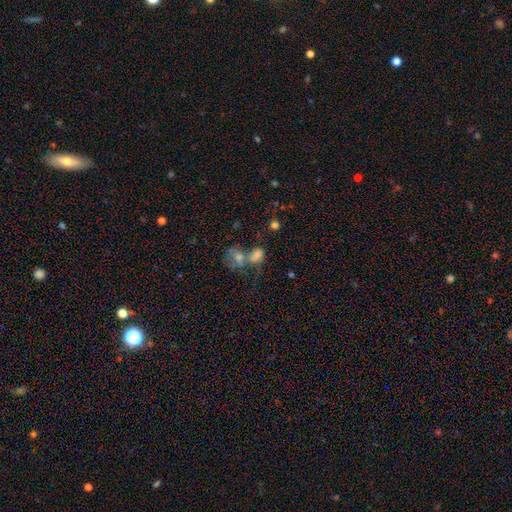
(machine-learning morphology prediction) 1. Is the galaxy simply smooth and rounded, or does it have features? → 69% smooth, 16% featured or disk, 15% star or artifact.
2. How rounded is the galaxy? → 69% in between, 29% round, 2% cigar-shaped.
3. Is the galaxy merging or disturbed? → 59% merger, 21% none, 10% major disturbance, 10% minor disturbance.